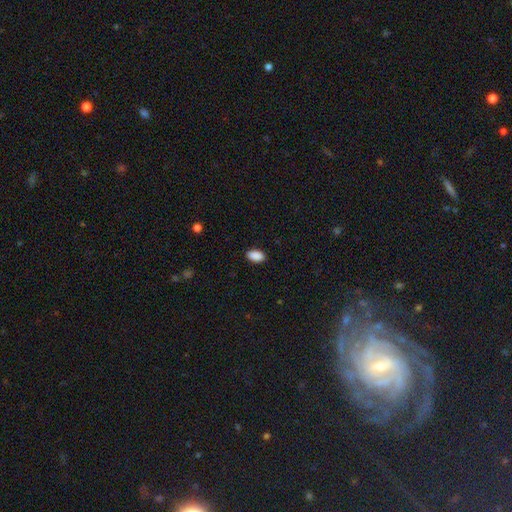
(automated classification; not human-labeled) A smooth galaxy with no disk features (90%) that is in between round and cigar-shaped (93%). Merging: none (89%).